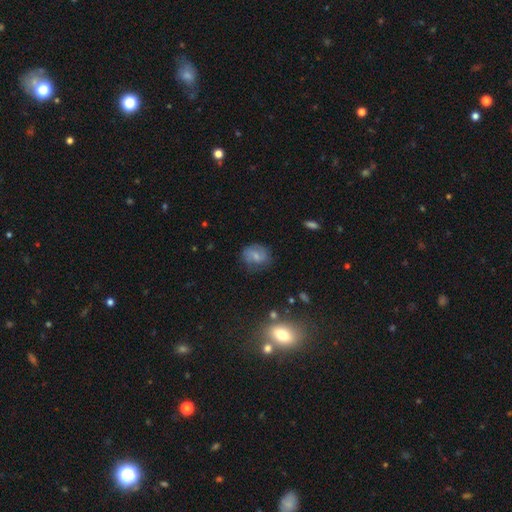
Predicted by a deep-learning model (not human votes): The model was most divided on "smooth or featured": smooth: 49%, featured or disk: 40%, star or artifact: 11%. More confident: merging — none (66%).